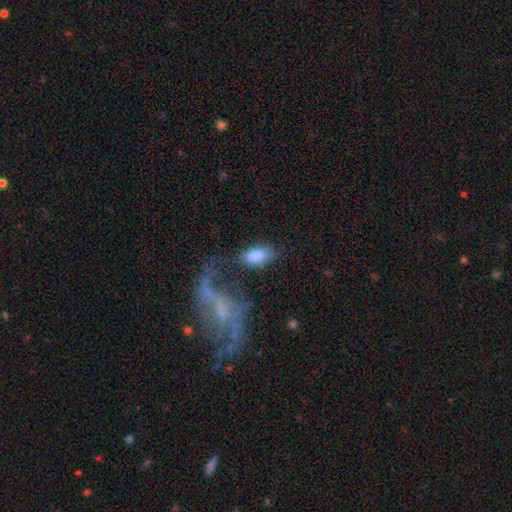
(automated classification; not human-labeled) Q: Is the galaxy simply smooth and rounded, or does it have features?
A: smooth — 81%.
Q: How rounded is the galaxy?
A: in between — 92%.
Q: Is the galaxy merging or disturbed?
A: none — 56%.